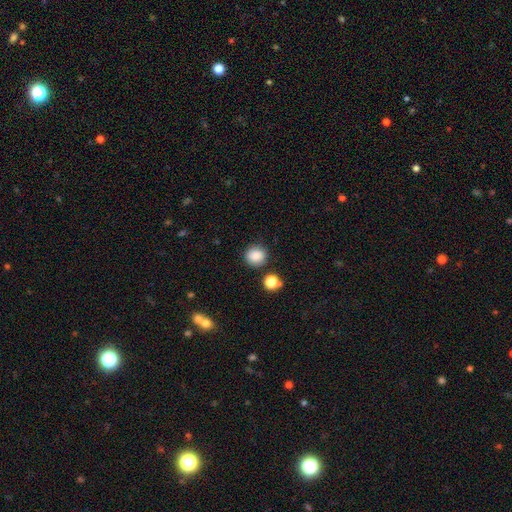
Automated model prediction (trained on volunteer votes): Q: Smooth or featured?
A: smooth (86%); runner-up: star or artifact (10%)
Q: How rounded?
A: round (85%); runner-up: in between (14%)
Q: Merging?
A: none (84%); runner-up: minor disturbance (9%)